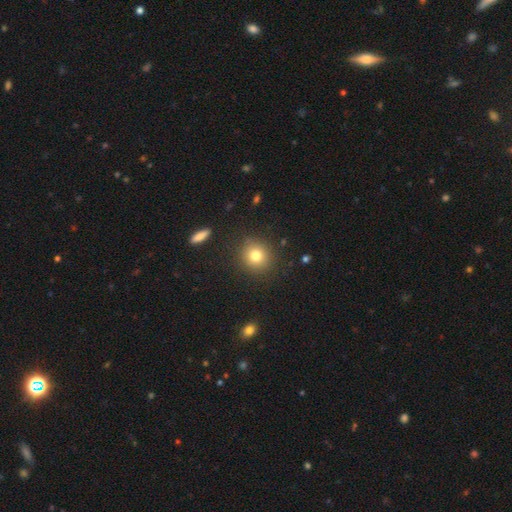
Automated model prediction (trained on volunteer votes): A smooth galaxy with no disk features (79%) that is round (88%). Merging: none (88%).